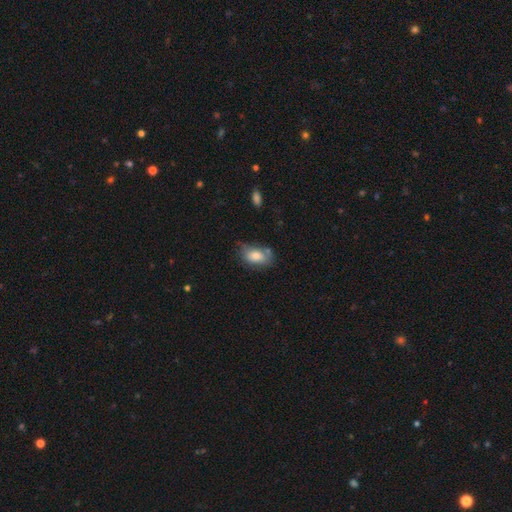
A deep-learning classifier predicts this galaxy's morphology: Q: Smooth or featured?
A: smooth (77%); runner-up: featured or disk (16%)
Q: How rounded?
A: in between (89%); runner-up: round (8%)
Q: Merging?
A: none (54%); runner-up: minor disturbance (30%)